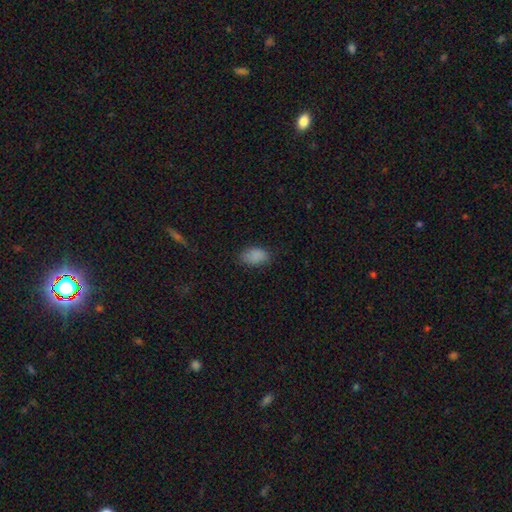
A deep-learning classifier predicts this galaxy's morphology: Smooth or featured? smooth (85%)
How rounded? in between (91%)
Merging? none (76%)